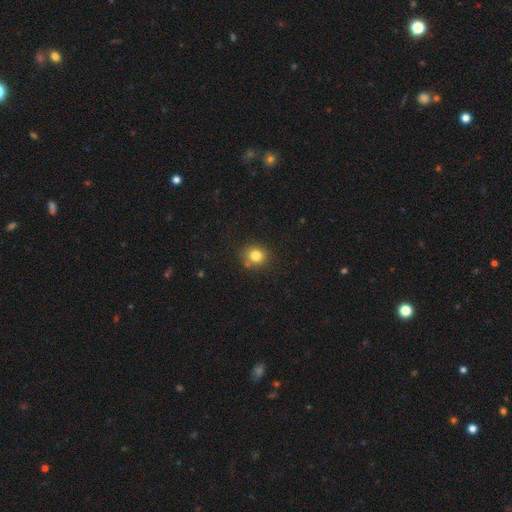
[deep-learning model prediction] smooth-or-featured: smooth: 81% | star or artifact: 12% | featured or disk: 7%
  how-rounded: round: 83% | in between: 16% | cigar-shaped: 1%
  merging: none: 80% | minor disturbance: 11% | merger: 7% | major disturbance: 3%